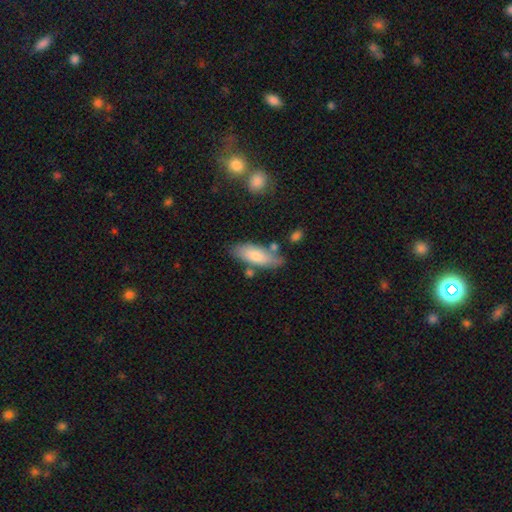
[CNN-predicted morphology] This is likely a smooth galaxy (77%). How rounded: likely in between (70%). Merging: likely none (69%).